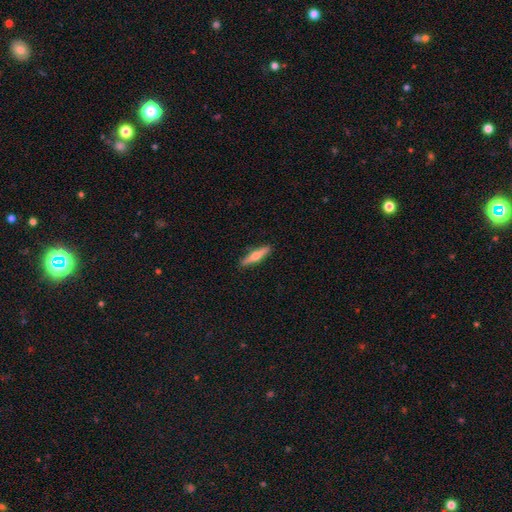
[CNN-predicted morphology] smooth_or_featured: featured or disk (p=0.52) [alt: smooth p=0.42]
disk_edge_on: yes (p=0.96) [alt: no p=0.04]
merging: none (p=0.90) [alt: minor disturbance p=0.07]